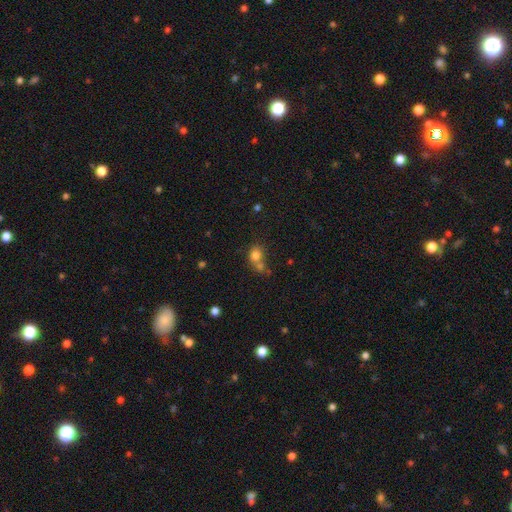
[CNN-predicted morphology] Smooth or featured? Predicted: smooth (p=0.77). How rounded? Predicted: round (p=0.65). Merging? Predicted: merger (p=0.44).